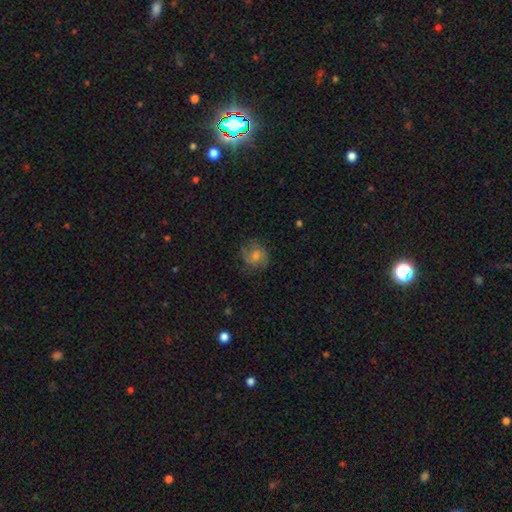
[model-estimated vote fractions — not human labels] This appears to be a featured or disk galaxy (43%, tied with smooth). Merging: none (74%).